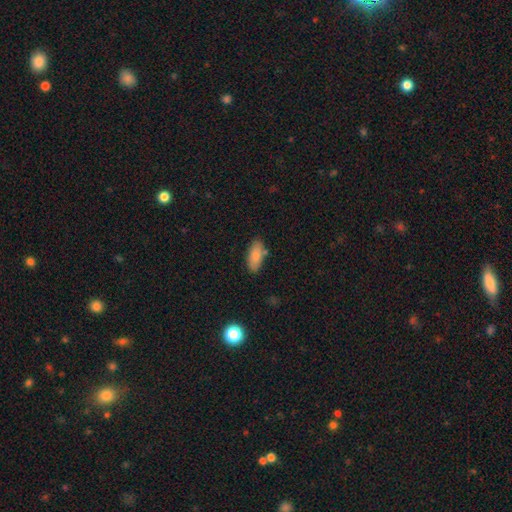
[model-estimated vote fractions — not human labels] Smooth or featured? Predicted: smooth (p=0.84). How rounded? Predicted: in between (p=0.85). Merging? Predicted: none (p=0.79).